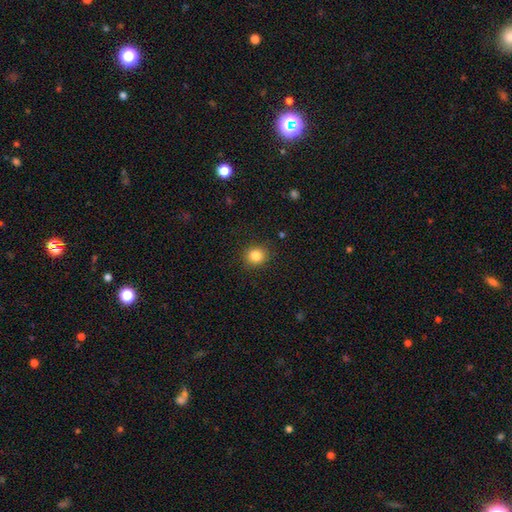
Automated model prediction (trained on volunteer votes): This is clearly a smooth galaxy (84%). How rounded: clearly round (82%). Merging: clearly none (89%).